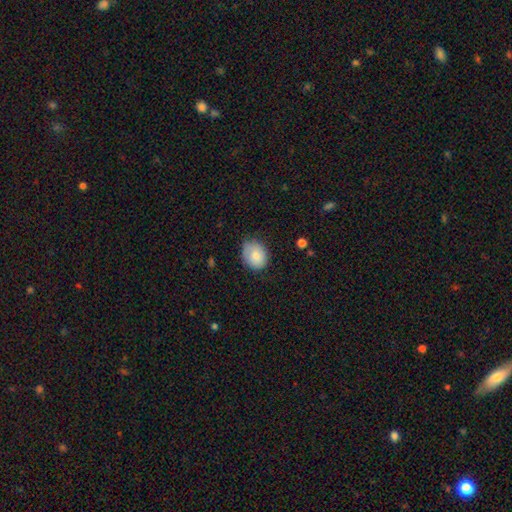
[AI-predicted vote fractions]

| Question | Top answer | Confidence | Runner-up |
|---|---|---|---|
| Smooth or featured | smooth | 78% | featured or disk (14%) |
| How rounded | round | 58% | in between (41%) |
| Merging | none | 67% | minor disturbance (27%) |